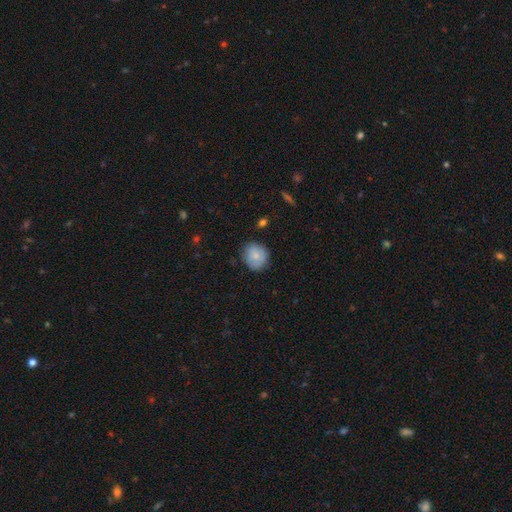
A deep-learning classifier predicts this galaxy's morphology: Overall: smooth (79%). How rounded: round (82%). Merging: none (78%).